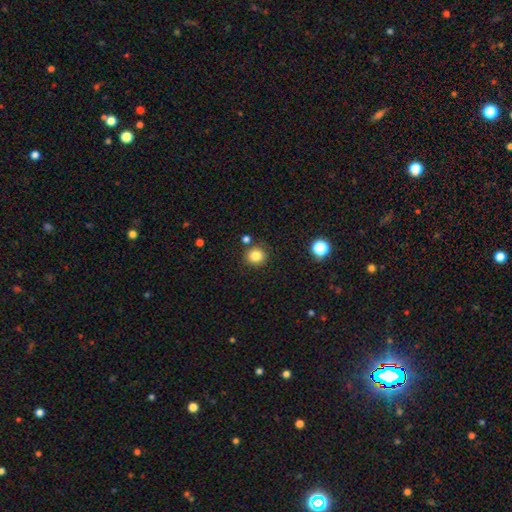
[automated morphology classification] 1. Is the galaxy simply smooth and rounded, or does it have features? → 83% smooth, 12% star or artifact, 6% featured or disk.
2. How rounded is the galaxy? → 90% round, 9% in between, 1% cigar-shaped.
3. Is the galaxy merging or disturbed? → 84% none, 8% minor disturbance, 6% merger, 2% major disturbance.